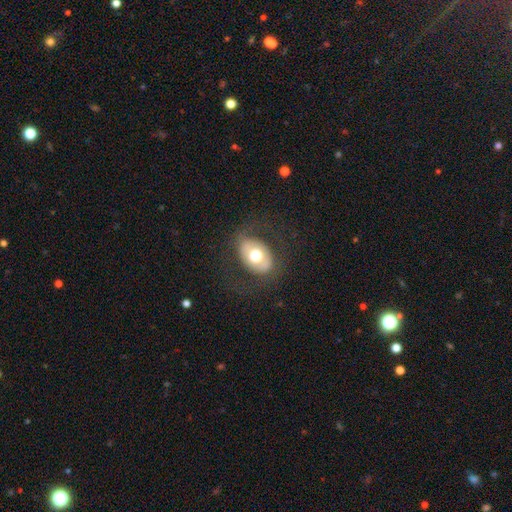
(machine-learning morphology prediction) This appears to be a smooth galaxy with no disk features (56%) that is in between round and cigar-shaped (78%). Merging: none (74%).